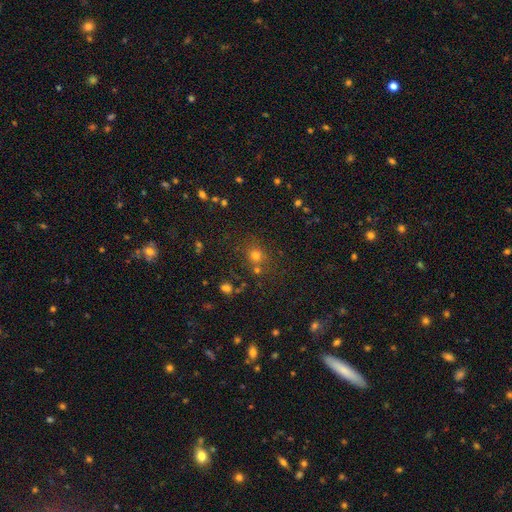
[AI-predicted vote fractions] Morphology: type=smooth (65%); roundness=round (80%); merging=none (70%).